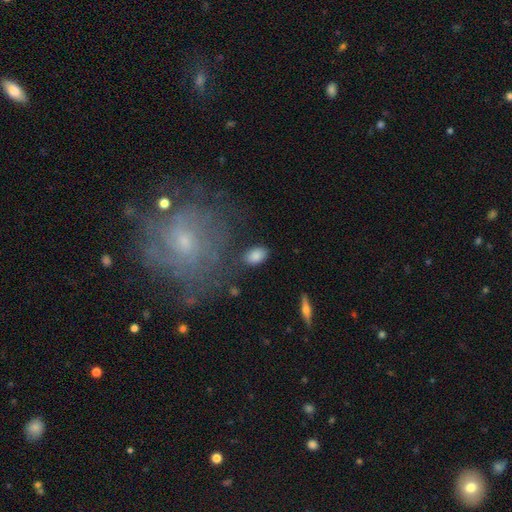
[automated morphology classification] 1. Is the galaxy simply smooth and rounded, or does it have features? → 84% smooth, 8% featured or disk, 8% star or artifact.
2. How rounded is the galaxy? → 91% in between, 7% round, 2% cigar-shaped.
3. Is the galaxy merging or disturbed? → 81% none, 12% minor disturbance, 4% major disturbance, 3% merger.